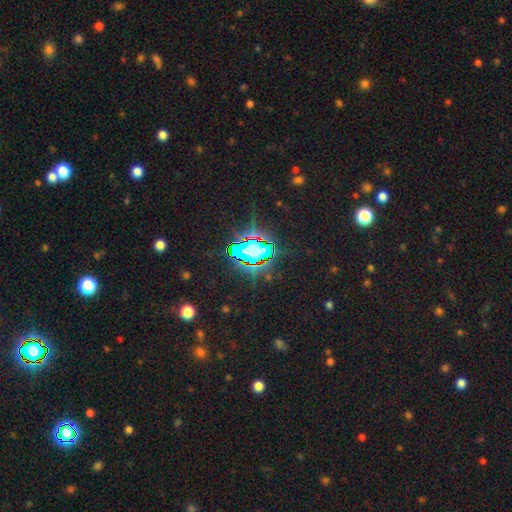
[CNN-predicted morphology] type=star or artifact (82%).